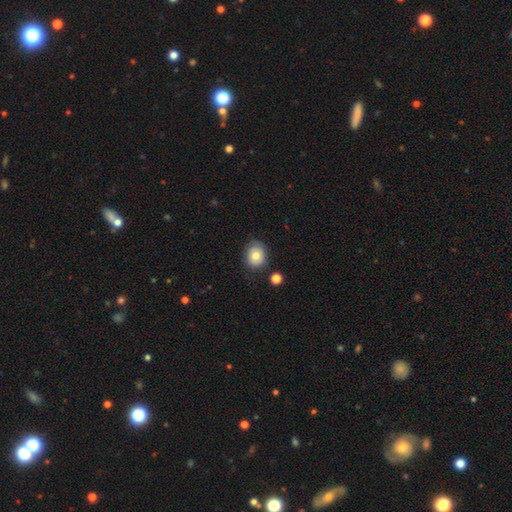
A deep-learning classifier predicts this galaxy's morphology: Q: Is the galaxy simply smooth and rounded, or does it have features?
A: smooth — 68%.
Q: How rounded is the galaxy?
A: round — 62%.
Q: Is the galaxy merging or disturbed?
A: none — 74%.